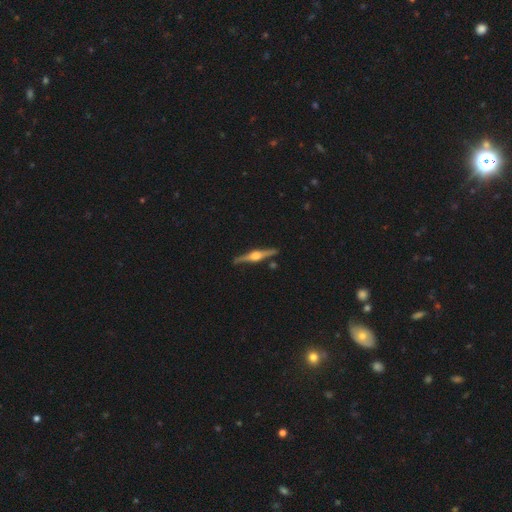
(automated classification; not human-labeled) Smooth or featured?
  - featured or disk: 85% *
  - smooth: 11%
  - star or artifact: 5%
Edge-on disk?
  - yes: 98% *
  - no: 2%
Edge-on bulge?
  - rounded: 94% *
  - boxy: 4%
  - none: 2%
Merging?
  - none: 89% *
  - minor disturbance: 7%
  - merger: 2%
  - major disturbance: 2%